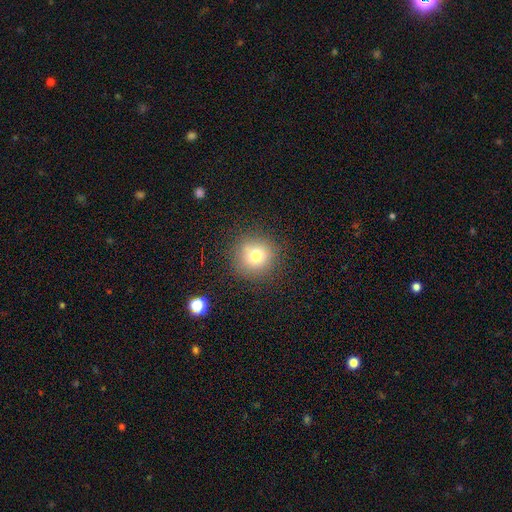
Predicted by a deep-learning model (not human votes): smooth 75%, star or artifact 14%, featured or disk 11%. Down the decision tree: how rounded — round (92%); merging — none (85%).